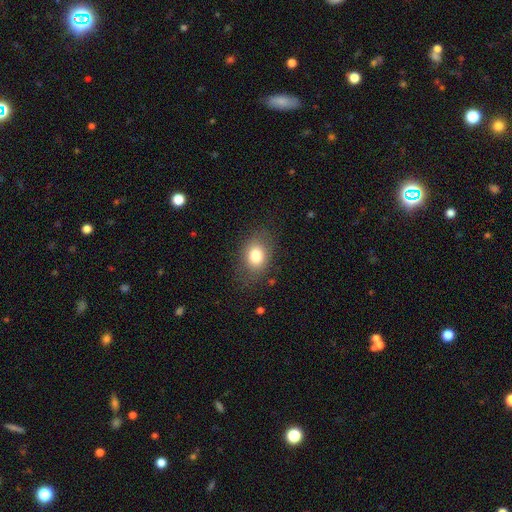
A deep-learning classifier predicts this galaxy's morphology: type=smooth (80%); roundness=in between (65%); merging=none (79%).